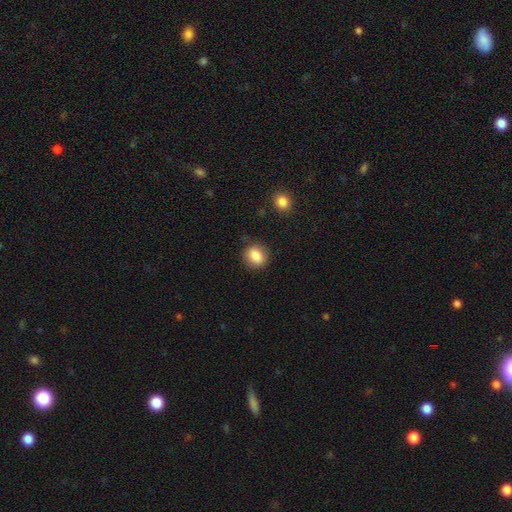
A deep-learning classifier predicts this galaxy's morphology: A smooth galaxy with no disk features (86%) that is round (69%). Merging: none (83%).